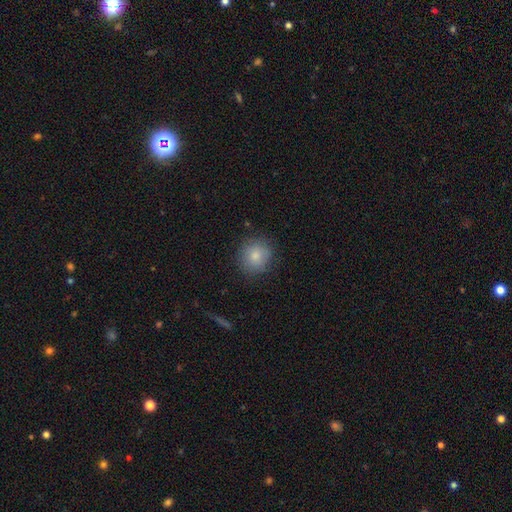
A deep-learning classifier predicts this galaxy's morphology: Smooth or featured: smooth — 83% (featured or disk — 9%)
How rounded: round — 90% (in between — 9%)
Merging: none — 83% (minor disturbance — 12%)